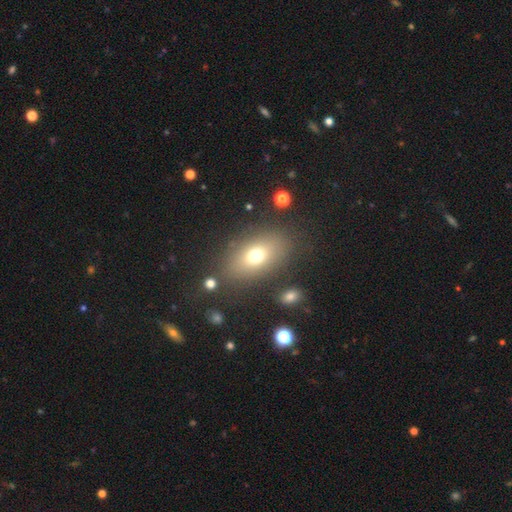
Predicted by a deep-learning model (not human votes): Q: Smooth or featured?
A: smooth (70%); runner-up: featured or disk (17%)
Q: How rounded?
A: in between (79%); runner-up: round (18%)
Q: Merging?
A: none (81%); runner-up: minor disturbance (10%)